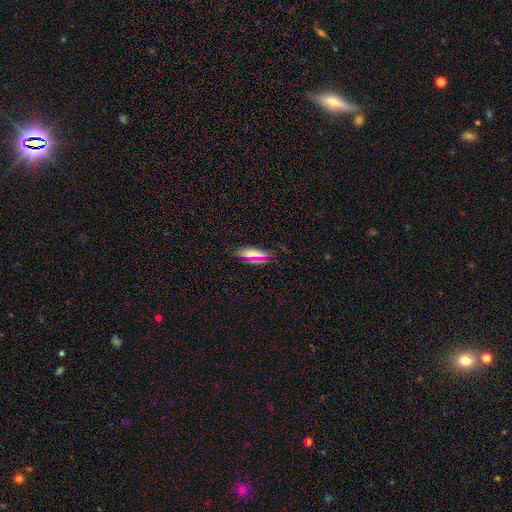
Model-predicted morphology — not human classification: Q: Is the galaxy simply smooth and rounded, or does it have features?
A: smooth — 71%.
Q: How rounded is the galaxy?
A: in between — 62%.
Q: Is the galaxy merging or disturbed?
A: none — 81%.